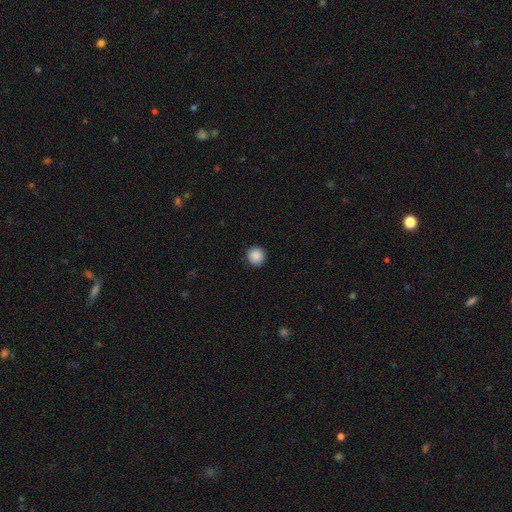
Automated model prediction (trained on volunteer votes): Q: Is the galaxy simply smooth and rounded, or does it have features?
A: smooth — 89%.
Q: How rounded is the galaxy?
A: round — 95%.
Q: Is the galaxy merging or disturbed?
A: none — 93%.